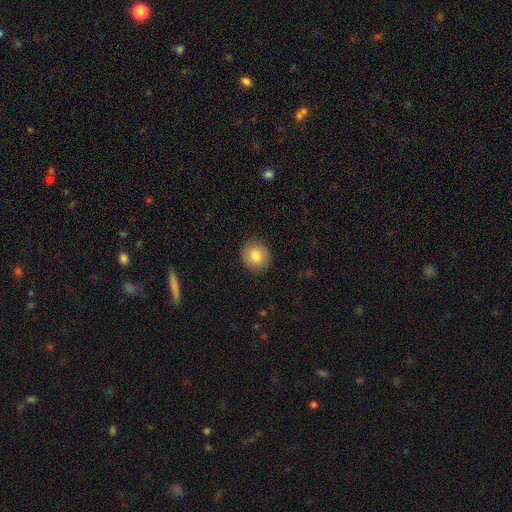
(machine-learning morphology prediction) Overall: smooth (82%). How rounded: round (87%). Merging: none (90%).